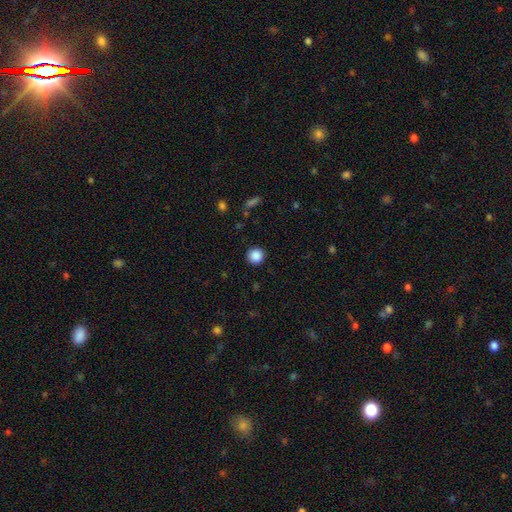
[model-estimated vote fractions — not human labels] This appears to be a smooth galaxy with no disk features (87%) that is round (94%). Merging: none (92%).